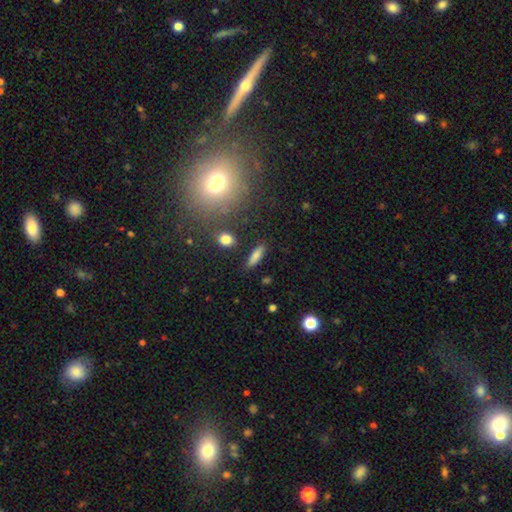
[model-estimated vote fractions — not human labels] smooth_or_featured: smooth (p=0.81) [alt: featured or disk p=0.11]
how_rounded: cigar-shaped (p=0.60) [alt: in between p=0.36]
merging: none (p=0.85) [alt: minor disturbance p=0.10]